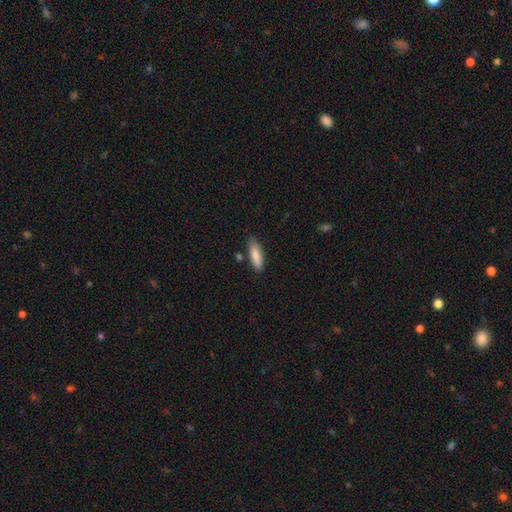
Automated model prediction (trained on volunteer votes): Smooth or featured?
  - smooth: 86% *
  - featured or disk: 8%
  - star or artifact: 6%
How rounded?
  - cigar-shaped: 49% * (tied)
  - in between: 49% * (tied)
  - round: 2%
Merging?
  - none: 81% *
  - minor disturbance: 13%
  - merger: 4%
  - major disturbance: 2%